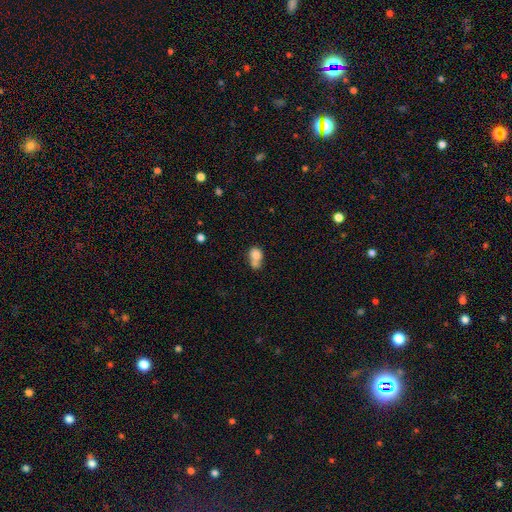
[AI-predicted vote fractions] A smooth galaxy with no disk features (77%) that is in between round and cigar-shaped (54%).

Vote fractions:
- Smooth or featured? smooth: 77% / featured or disk: 13% / star or artifact: 10%
- How rounded? in between: 54% / round: 44% / cigar-shaped: 2%
- Merging? merger: 59% / none: 24% / minor disturbance: 11% / major disturbance: 7%